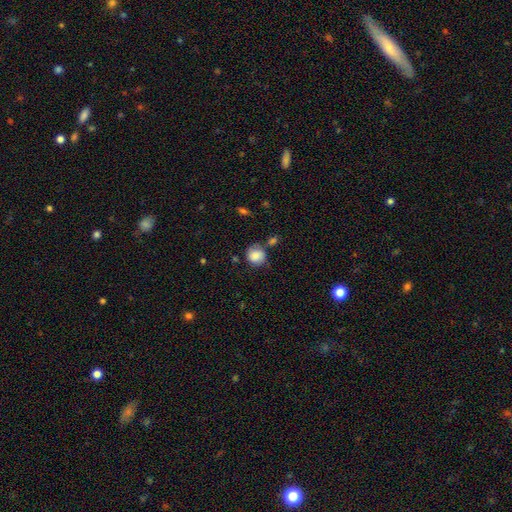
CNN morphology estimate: smooth_or_featured: smooth (p=0.78) [alt: featured or disk p=0.14]
how_rounded: round (p=0.84) [alt: in between p=0.15]
merging: none (p=0.59) [alt: minor disturbance p=0.24]